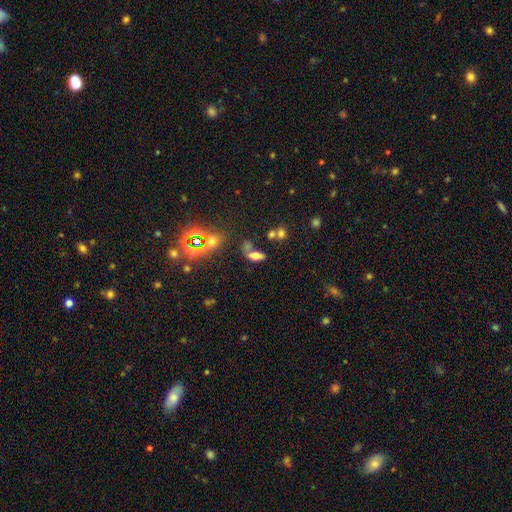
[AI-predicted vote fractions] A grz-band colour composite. It shows a smooth galaxy with no disk features (62%) that is in between round and cigar-shaped (83%). Merging: none (41%).